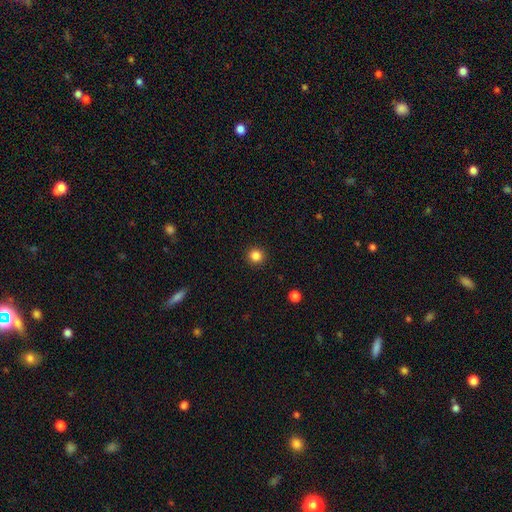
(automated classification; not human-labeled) smooth-or-featured: smooth: 85% | star or artifact: 12% | featured or disk: 4%
  how-rounded: round: 94% | in between: 5% | cigar-shaped: 1%
  merging: none: 93% | minor disturbance: 5% | major disturbance: 2% | merger: 1%